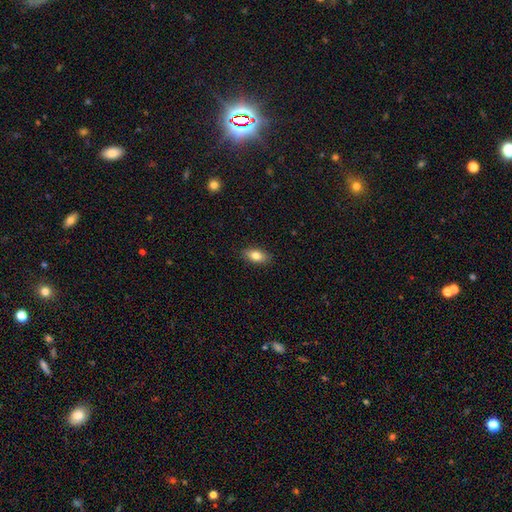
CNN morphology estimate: A smooth galaxy with no disk features (82%) that is in between round and cigar-shaped (87%). Merging: none (88%).